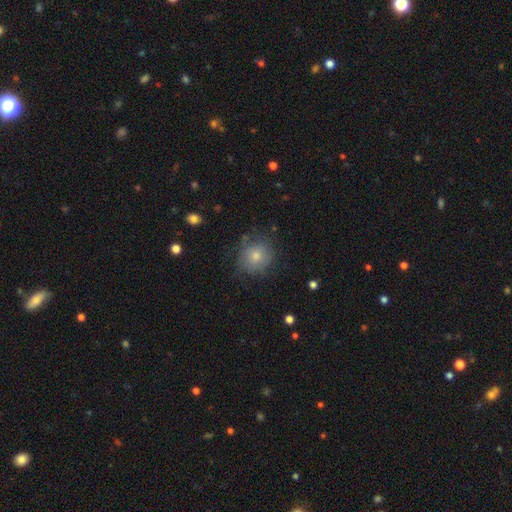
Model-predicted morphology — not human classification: Smooth or featured: smooth — 65% (featured or disk — 21%)
How rounded: round — 87% (in between — 12%)
Merging: none — 75% (minor disturbance — 17%)